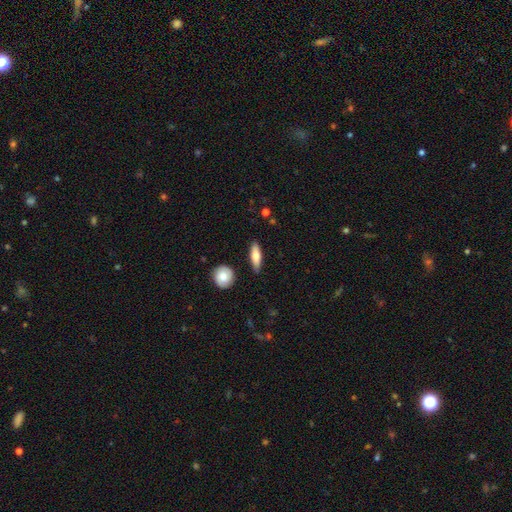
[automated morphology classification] type=smooth (70%); roundness=cigar-shaped (52%); merging=none (85%).